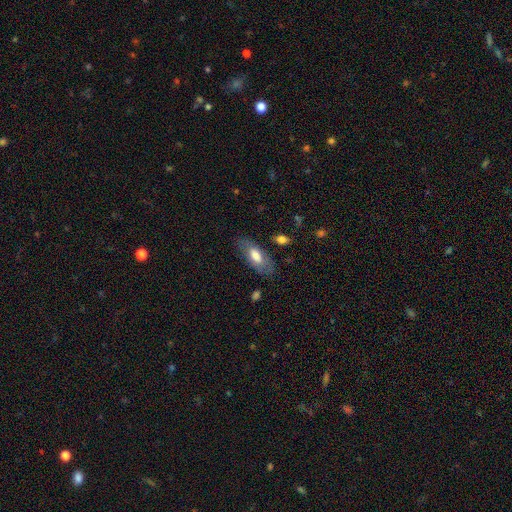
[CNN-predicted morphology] smooth-or-featured: smooth: 67% | featured or disk: 27% | star or artifact: 6%
  how-rounded: in between: 82% | cigar-shaped: 16% | round: 2%
  merging: none: 76% | minor disturbance: 17% | major disturbance: 6% | merger: 2%